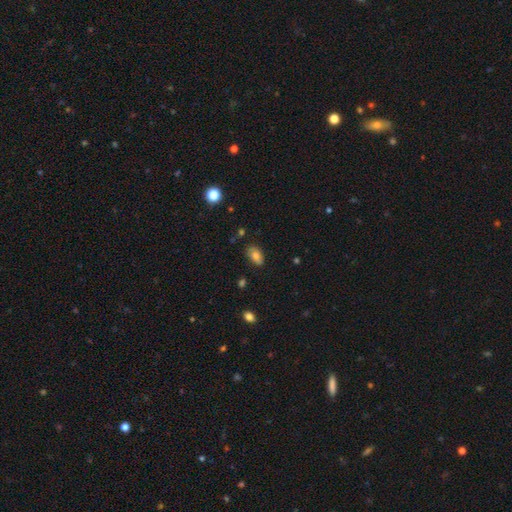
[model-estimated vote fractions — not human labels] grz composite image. It shows a smooth galaxy with no disk features (77%) that is in between round and cigar-shaped (91%). Merging: none (78%).